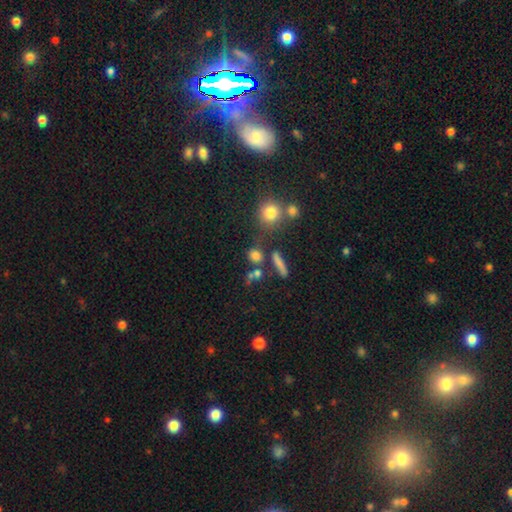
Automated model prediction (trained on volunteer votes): Smooth or featured?
  - smooth: 74% *
  - star or artifact: 16%
  - featured or disk: 10%
How rounded?
  - round: 71% *
  - in between: 22%
  - cigar-shaped: 7%
Merging?
  - none: 63% *
  - merger: 19%
  - minor disturbance: 11%
  - major disturbance: 6%